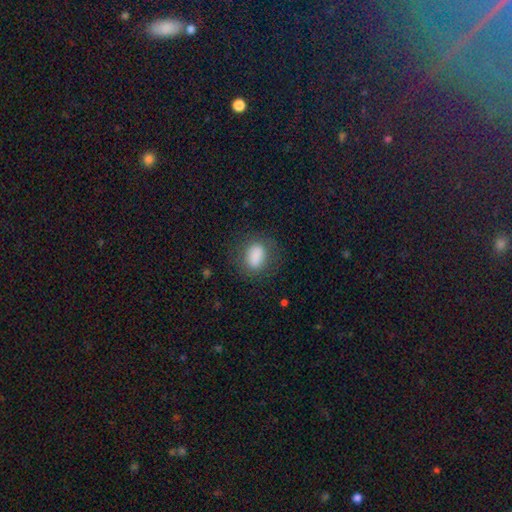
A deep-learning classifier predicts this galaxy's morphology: Overall: smooth (84%). How rounded: in between (67%; round 32%). Merging: none (73%).